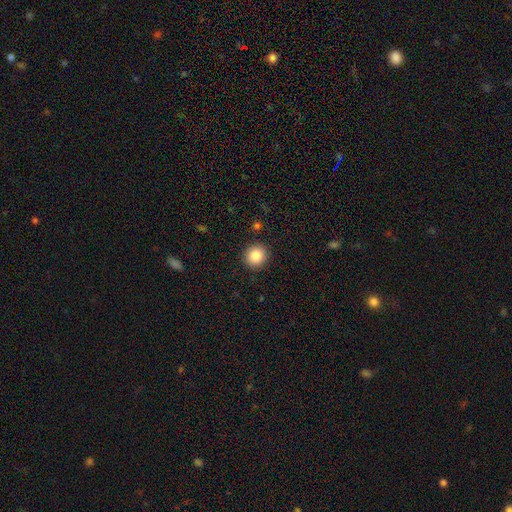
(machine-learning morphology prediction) Overall: smooth (85%). How rounded: round (89%). Merging: none (91%).